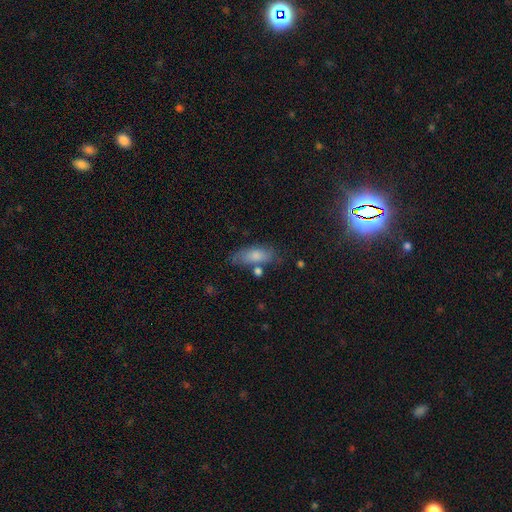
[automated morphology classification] This appears to be a smooth galaxy with no disk features (77%) that is in between round and cigar-shaped (77%). Merging: none (62%).